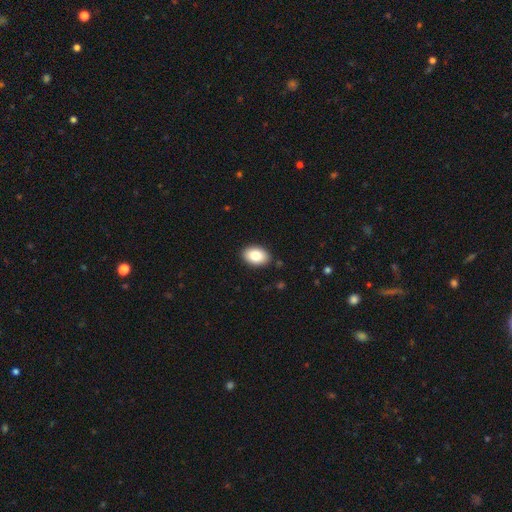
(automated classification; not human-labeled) A smooth galaxy with no disk features (82%) that is in between round and cigar-shaped (87%). Merging: none (89%).